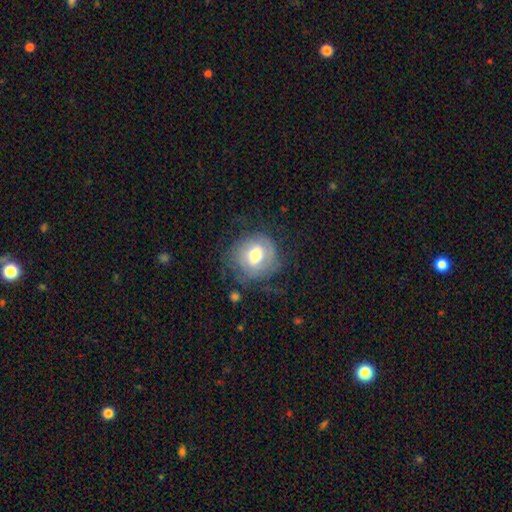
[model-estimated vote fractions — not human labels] Smooth or featured: featured or disk — 51% (smooth — 41%)
Edge-on disk: no — 96% (yes — 4%)
Merging: none — 59% (minor disturbance — 22%)